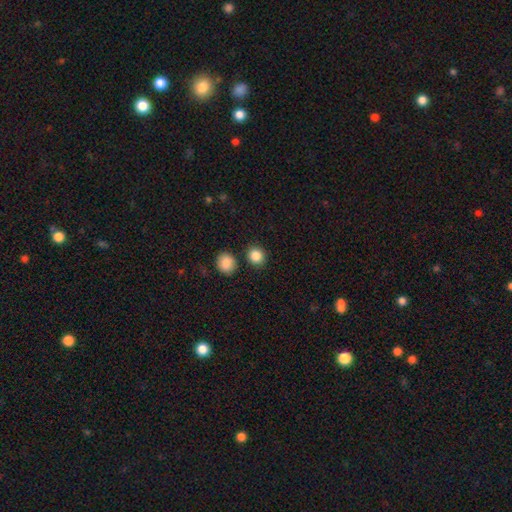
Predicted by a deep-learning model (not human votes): smooth-or-featured: smooth: 87% | star or artifact: 10% | featured or disk: 3%
  how-rounded: round: 84% | in between: 15% | cigar-shaped: 1%
  merging: none: 84% | minor disturbance: 7% | merger: 7% | major disturbance: 2%